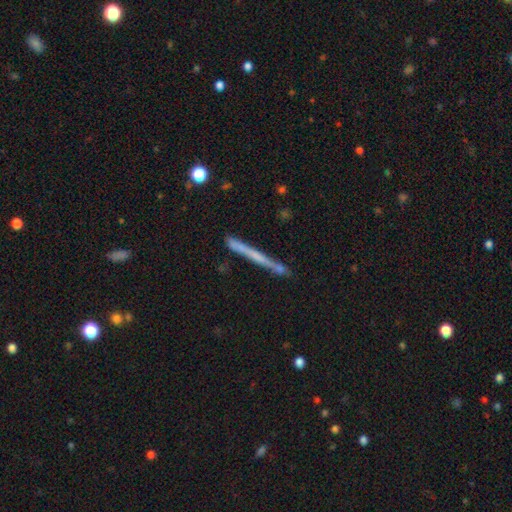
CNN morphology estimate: Smooth or featured: featured or disk — 49% (smooth — 44%)
Merging: none — 76% (minor disturbance — 15%)